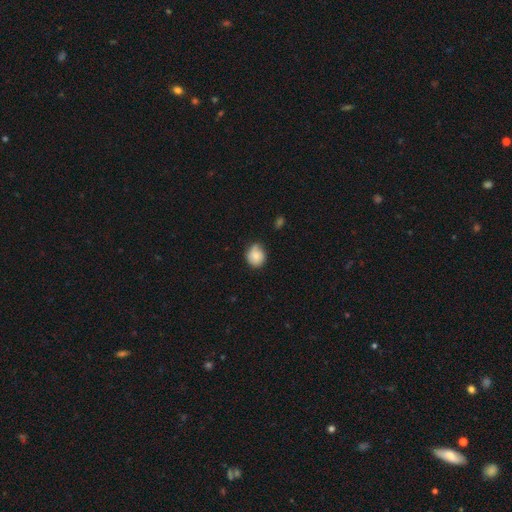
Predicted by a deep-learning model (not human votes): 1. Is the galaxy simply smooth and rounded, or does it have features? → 76% smooth, 16% featured or disk, 8% star or artifact.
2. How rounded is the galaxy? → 78% round, 21% in between, 1% cigar-shaped.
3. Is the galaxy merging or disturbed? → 58% none, 32% minor disturbance, 6% major disturbance, 4% merger.